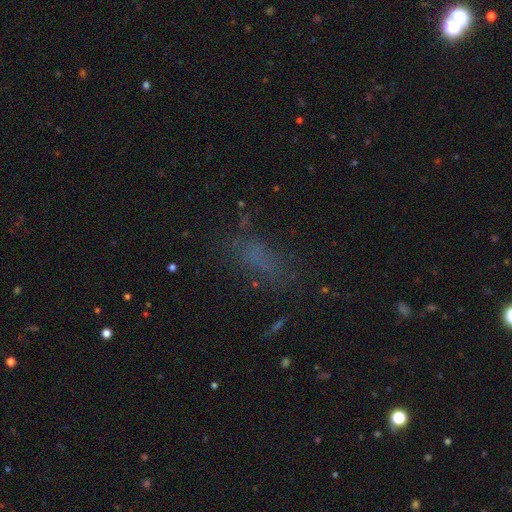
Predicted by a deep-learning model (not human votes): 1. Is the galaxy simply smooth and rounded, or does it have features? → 57% smooth, 26% star or artifact, 17% featured or disk.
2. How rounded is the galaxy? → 68% in between, 26% cigar-shaped, 7% round.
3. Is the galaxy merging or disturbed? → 60% none, 19% minor disturbance, 18% major disturbance, 3% merger.